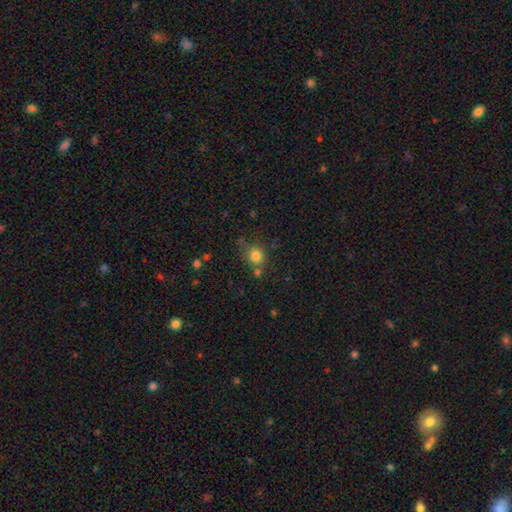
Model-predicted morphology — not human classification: A smooth galaxy with no disk features (80%) that is round (84%).

Vote fractions:
- Smooth or featured? smooth: 80% / star or artifact: 13% / featured or disk: 7%
- How rounded? round: 84% / in between: 15% / cigar-shaped: 1%
- Merging? none: 67% / merger: 15% / minor disturbance: 13% / major disturbance: 5%